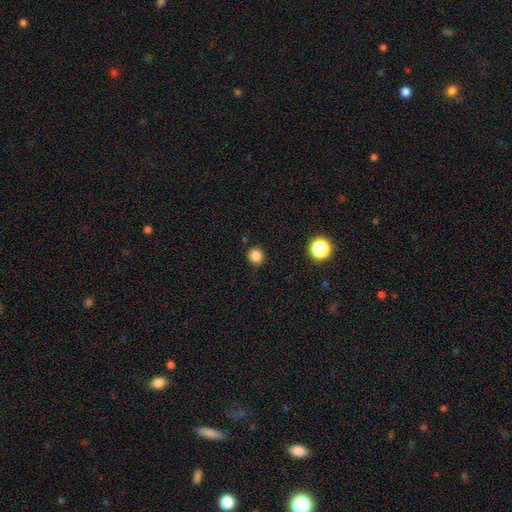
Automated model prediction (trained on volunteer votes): The model was most divided on "smooth or featured": smooth: 84%, star or artifact: 13%, featured or disk: 4%. More confident: how rounded — round (95%); merging — none (90%).